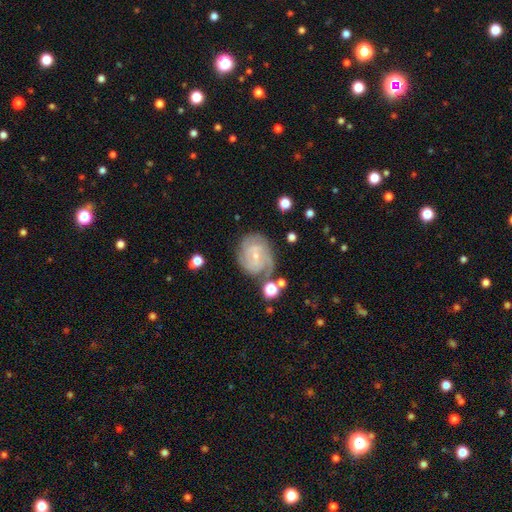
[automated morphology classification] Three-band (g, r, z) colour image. It shows a featured or disk galaxy (82%) with no bar (50%), 3 (28%) tight (63%) spiral arms (95%) and a small central bulge (76%). Merging: none (65%).